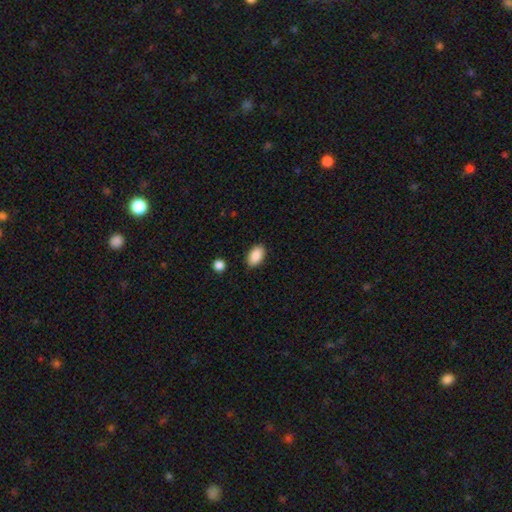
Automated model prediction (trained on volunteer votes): Overall: smooth (89%). How rounded: in between (92%). Merging: none (87%).